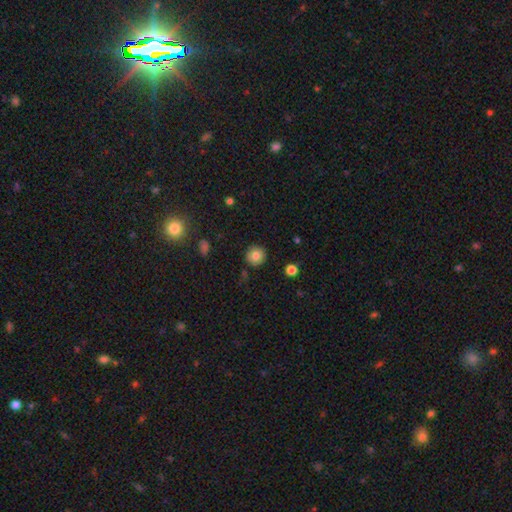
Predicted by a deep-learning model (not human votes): The model was most divided on "smooth or featured": smooth: 83%, star or artifact: 10%, featured or disk: 7%. More confident: how rounded — round (93%); merging — none (90%).